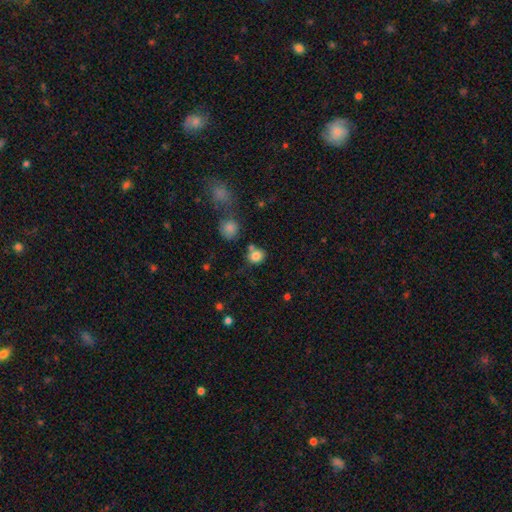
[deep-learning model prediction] smooth-or-featured: smooth: 82% | star or artifact: 12% | featured or disk: 6%
  how-rounded: round: 71% | in between: 28% | cigar-shaped: 1%
  merging: none: 65% | merger: 15% | minor disturbance: 15% | major disturbance: 5%